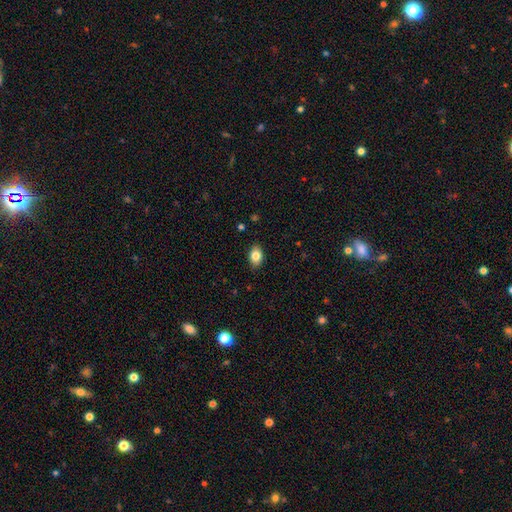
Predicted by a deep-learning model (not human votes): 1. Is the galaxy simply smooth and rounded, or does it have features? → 83% smooth, 9% featured or disk, 8% star or artifact.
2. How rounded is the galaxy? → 79% in between, 20% round, 1% cigar-shaped.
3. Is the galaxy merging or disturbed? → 86% none, 11% minor disturbance, 2% major disturbance, 1% merger.